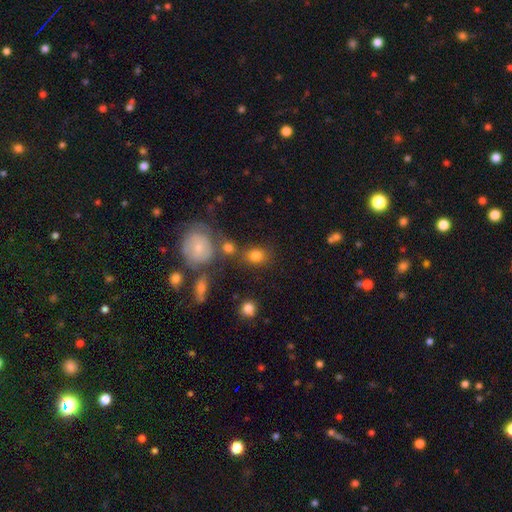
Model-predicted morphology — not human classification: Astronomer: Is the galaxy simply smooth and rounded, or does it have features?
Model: smooth — 79%.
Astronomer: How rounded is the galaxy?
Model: round — 56% (runner-up: in between, 42%).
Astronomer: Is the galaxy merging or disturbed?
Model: none — 68%.